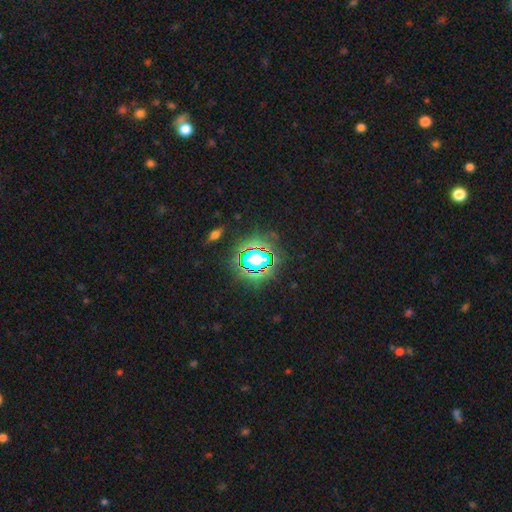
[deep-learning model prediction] Q: Smooth or featured?
A: star or artifact (64%); runner-up: smooth (24%)